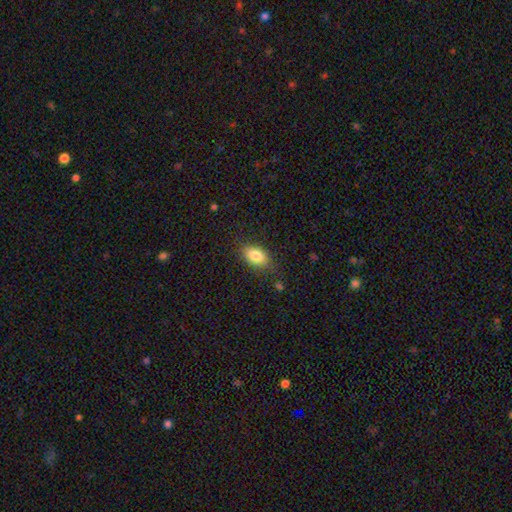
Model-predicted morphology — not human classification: Smooth or featured?
  - smooth: 83% *
  - featured or disk: 9%
  - star or artifact: 8%
How rounded?
  - in between: 87% *
  - round: 10%
  - cigar-shaped: 3%
Merging?
  - none: 80% *
  - minor disturbance: 15%
  - major disturbance: 4%
  - merger: 2%